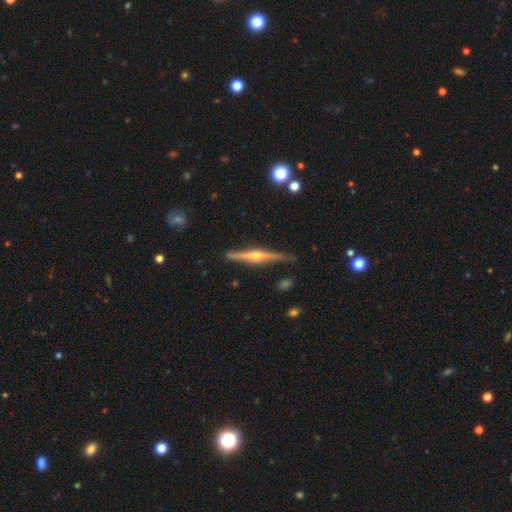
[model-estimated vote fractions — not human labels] A featured or disk galaxy (81%) viewed edge-on (98%) with a rounded central bulge (92%). Merging: none (86%).